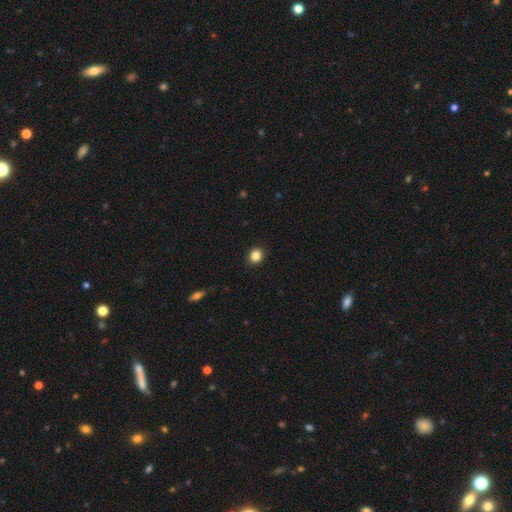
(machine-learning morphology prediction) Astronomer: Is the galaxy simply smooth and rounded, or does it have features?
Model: smooth — 85%.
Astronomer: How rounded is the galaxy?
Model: round — 74%.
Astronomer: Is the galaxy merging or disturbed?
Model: none — 90%.